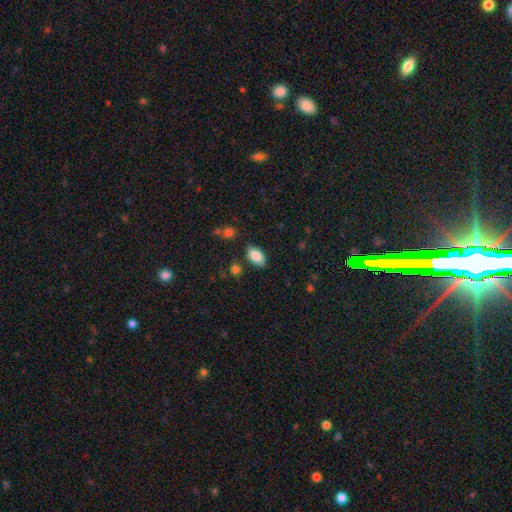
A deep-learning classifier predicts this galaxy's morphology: Overall: smooth (86%). How rounded: in between (93%). Merging: none (81%).